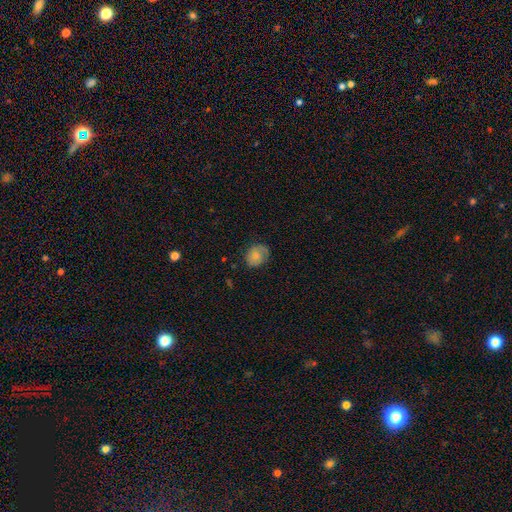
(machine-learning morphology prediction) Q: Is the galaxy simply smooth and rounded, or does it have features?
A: smooth — 68%.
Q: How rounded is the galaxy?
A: round — 55%.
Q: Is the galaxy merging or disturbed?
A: none — 65%.